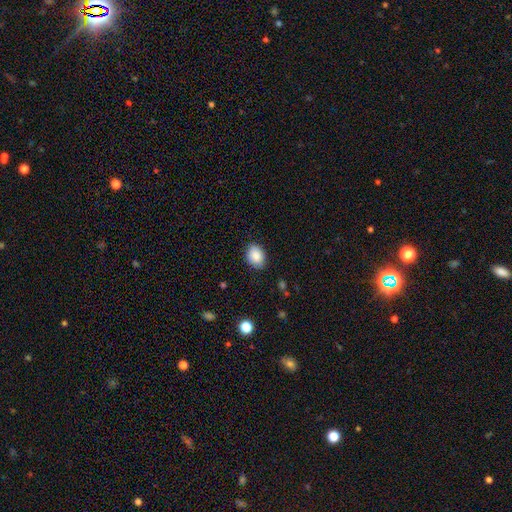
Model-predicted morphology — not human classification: A smooth galaxy with no disk features (87%) that is in between round and cigar-shaped (71%). Merging: none (85%).